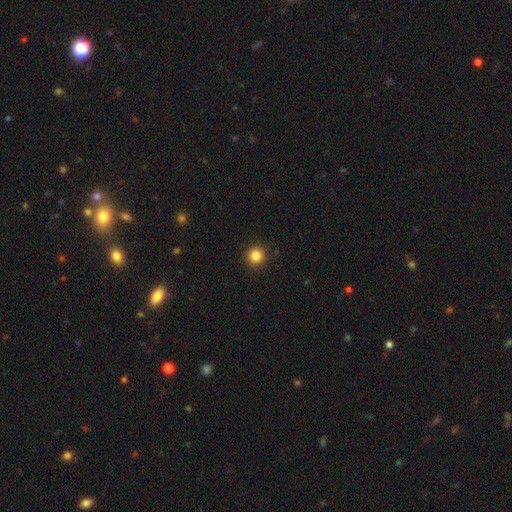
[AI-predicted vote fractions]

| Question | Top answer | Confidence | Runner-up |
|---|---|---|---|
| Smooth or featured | smooth | 85% | star or artifact (11%) |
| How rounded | round | 95% | in between (4%) |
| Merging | none | 93% | minor disturbance (5%) |